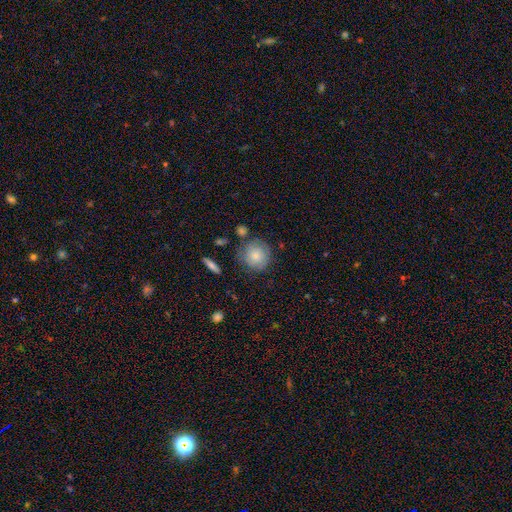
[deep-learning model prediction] This appears to be a smooth galaxy with no disk features (76%) that is round (90%). Merging: none (72%).